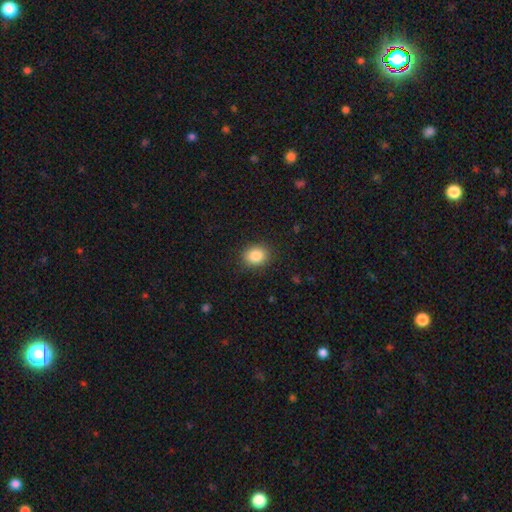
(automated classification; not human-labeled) Overall: smooth (85%). How rounded: round (53%; in between 46%). Merging: none (88%).